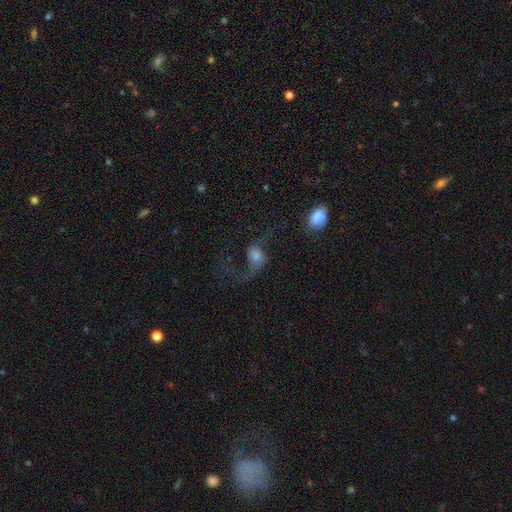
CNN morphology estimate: This appears to be a featured or disk galaxy (63%) with no bar (61%), 2 (75%) loose (86%) spiral arms (84%) and a moderate central bulge (41%). Merging: major disturbance (41%).